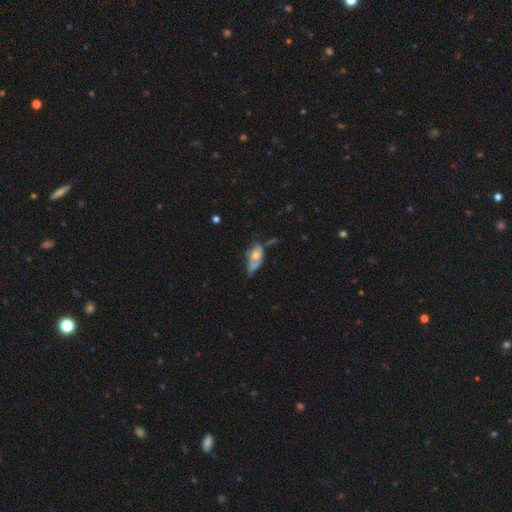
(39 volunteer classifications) featured or disk 54%, smooth 41%, star or artifact 5%. Down the decision tree: edge-on disk — no (95%); bar — no (75%); spiral arms — no (70%); bulge size — moderate (70%); merging — minor disturbance (70%).